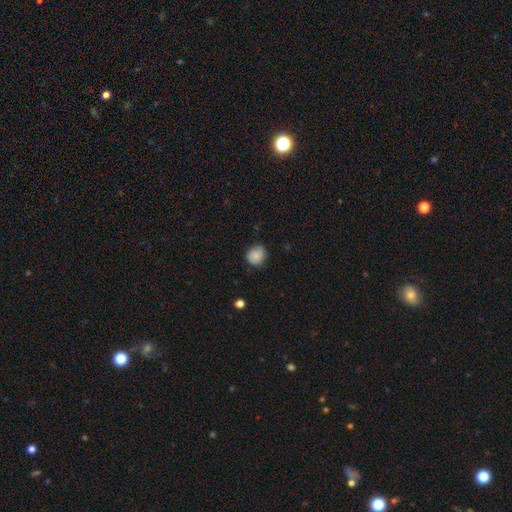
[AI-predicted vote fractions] This appears to be a smooth galaxy with no disk features (86%) that is round (74%). Merging: none (76%).